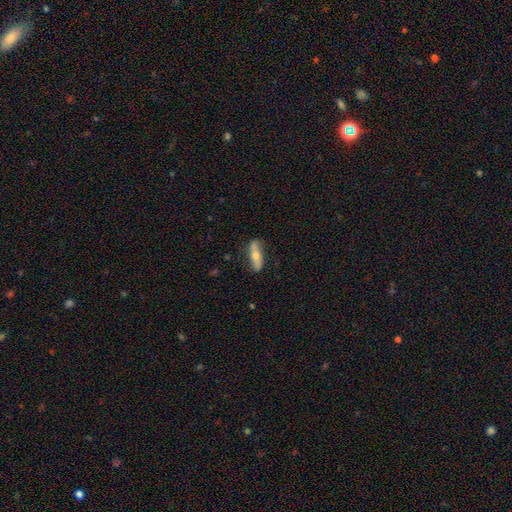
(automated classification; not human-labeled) A featured or disk galaxy (49%).

Vote fractions:
- Smooth or featured? featured or disk: 49% / smooth: 45% / star or artifact: 6%
- Merging? none: 81% / minor disturbance: 14% / major disturbance: 3% / merger: 1%